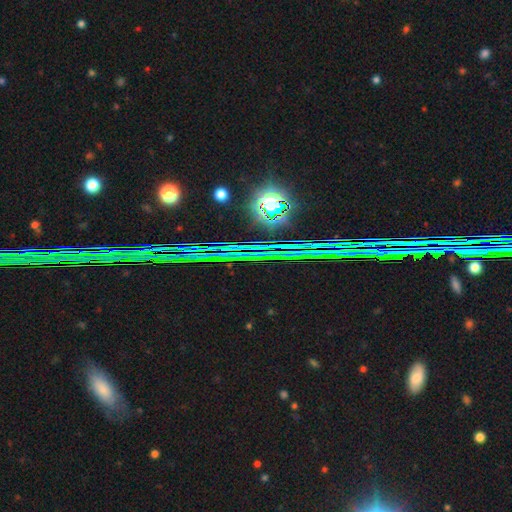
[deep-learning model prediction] Q: Smooth or featured?
A: star or artifact (83%); runner-up: featured or disk (9%)